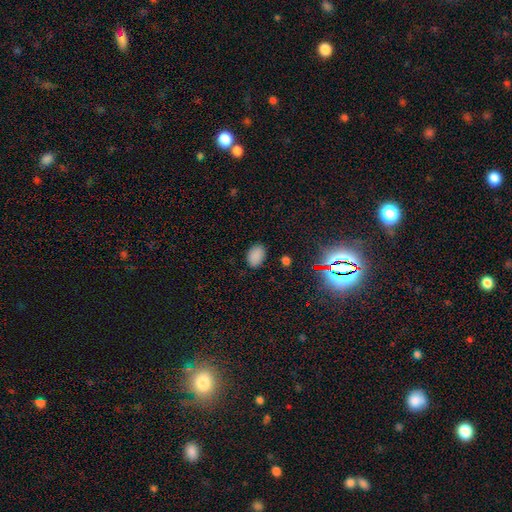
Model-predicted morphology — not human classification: This appears to be a smooth galaxy with no disk features (83%) that is in between round and cigar-shaped (81%). Merging: none (85%).